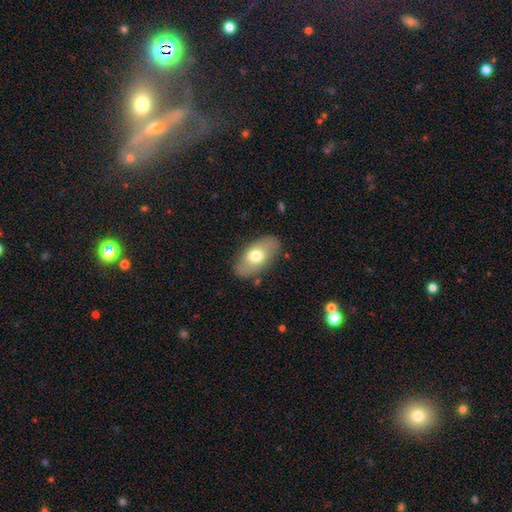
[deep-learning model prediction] The model was most divided on "smooth or featured": smooth: 65%, featured or disk: 29%, star or artifact: 6%. More confident: how rounded — in between (92%); merging — none (82%).